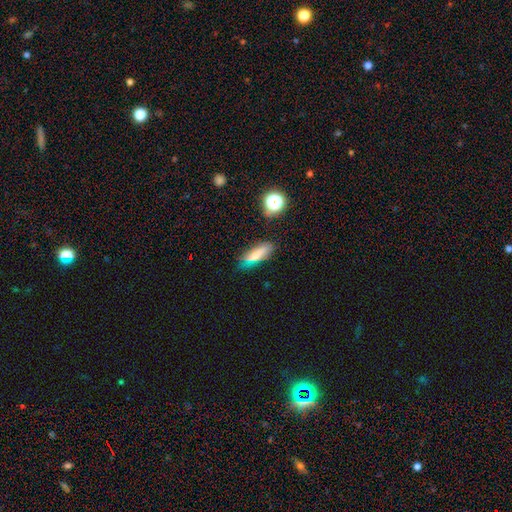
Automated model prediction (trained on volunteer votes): Q: Smooth or featured?
A: smooth (70%); runner-up: featured or disk (15%)
Q: How rounded?
A: in between (49%); runner-up: cigar-shaped (47%)
Q: Merging?
A: none (72%); runner-up: minor disturbance (19%)